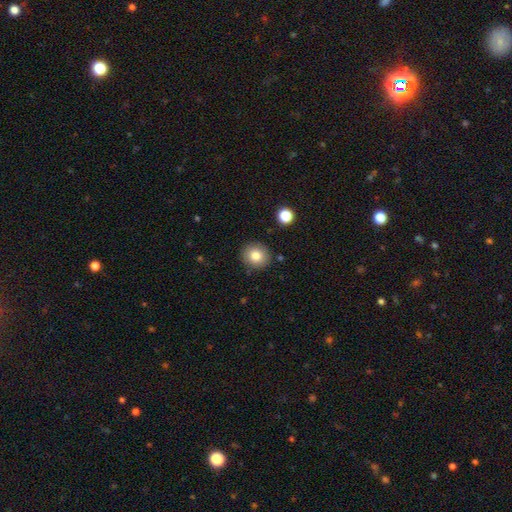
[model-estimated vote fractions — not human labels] Q: Smooth or featured?
A: smooth (82%); runner-up: star or artifact (10%)
Q: How rounded?
A: round (86%); runner-up: in between (13%)
Q: Merging?
A: none (88%); runner-up: minor disturbance (8%)